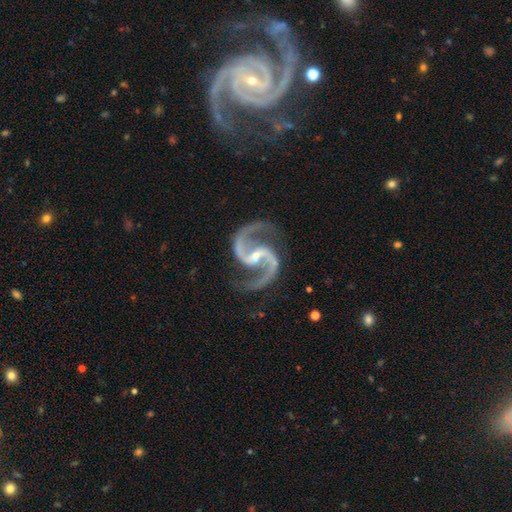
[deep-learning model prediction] This appears to be a featured or disk galaxy (95%) with a weak bar (41%), 2 (95%) medium (65%) spiral arms (99%) and a small central bulge (69%). Merging: none (80%).